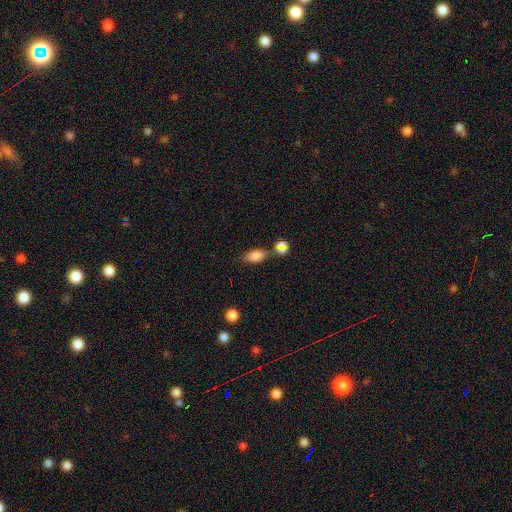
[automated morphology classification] Smooth or featured: smooth — 80% (star or artifact — 11%)
How rounded: in between — 85% (cigar-shaped — 8%)
Merging: none — 67% (minor disturbance — 15%)